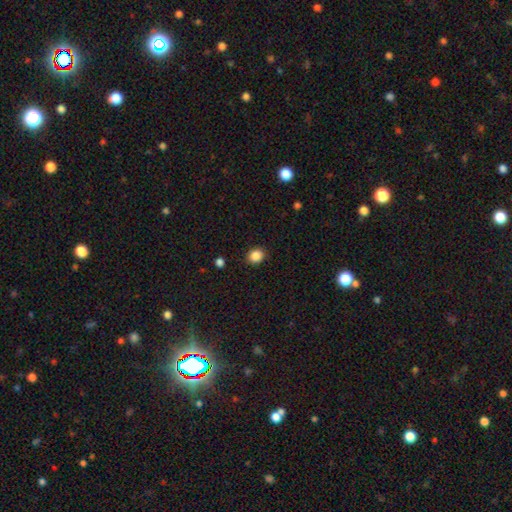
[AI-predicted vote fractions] Smooth or featured: smooth — 87% (star or artifact — 10%)
How rounded: round — 70% (in between — 29%)
Merging: none — 90% (minor disturbance — 7%)